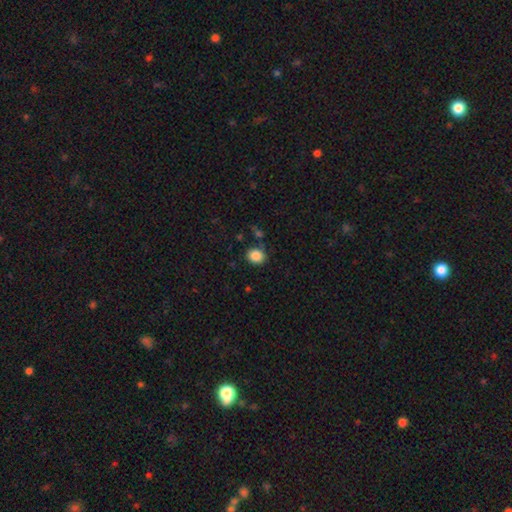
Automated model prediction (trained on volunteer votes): Morphology: type=smooth (87%); roundness=round (64%); merging=none (82%).